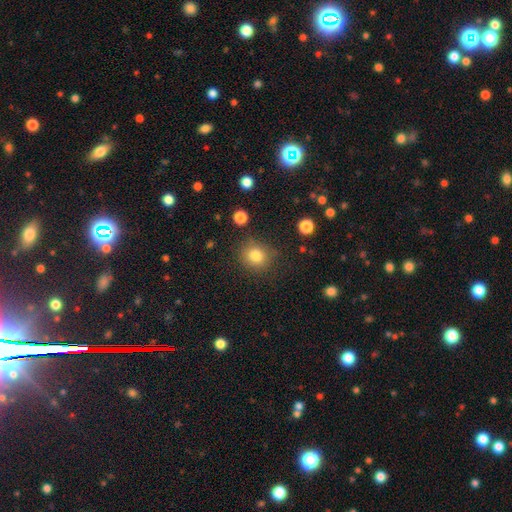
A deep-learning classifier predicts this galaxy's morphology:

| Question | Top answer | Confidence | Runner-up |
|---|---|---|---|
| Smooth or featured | smooth | 82% | star or artifact (11%) |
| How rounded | round | 84% | in between (15%) |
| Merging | none | 82% | minor disturbance (11%) |